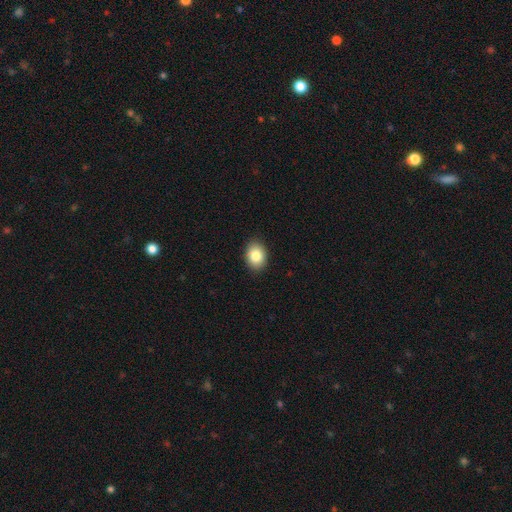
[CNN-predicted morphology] Smooth or featured?
  - smooth: 85% *
  - star or artifact: 8%
  - featured or disk: 7%
How rounded?
  - in between: 66% *
  - round: 33%
  - cigar-shaped: 1%
Merging?
  - none: 89% *
  - minor disturbance: 8%
  - major disturbance: 2%
  - merger: 1%